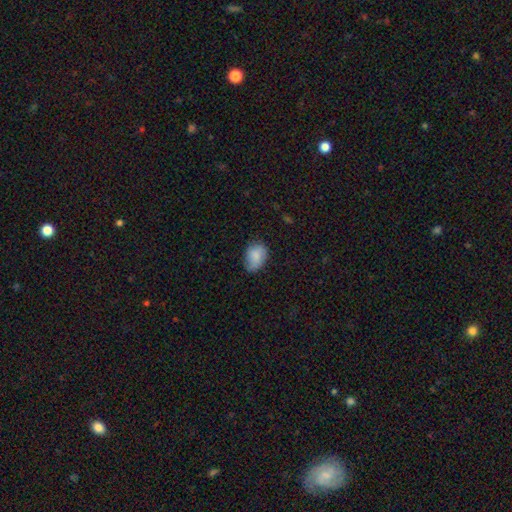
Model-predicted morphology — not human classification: A smooth galaxy with no disk features (83%) that is in between round and cigar-shaped (77%).

Vote fractions:
- Smooth or featured? smooth: 83% / featured or disk: 10% / star or artifact: 7%
- How rounded? in between: 77% / round: 21% / cigar-shaped: 1%
- Merging? none: 61% / minor disturbance: 31% / major disturbance: 7% / merger: 1%